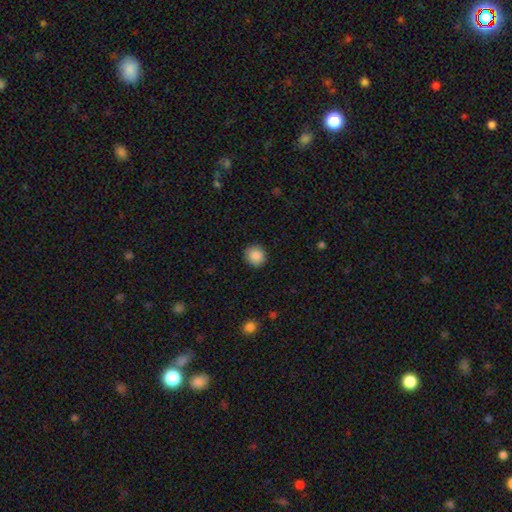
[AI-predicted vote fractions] smooth_or_featured: smooth (p=0.88) [alt: star or artifact p=0.08]
how_rounded: round (p=0.89) [alt: in between p=0.10]
merging: none (p=0.91) [alt: minor disturbance p=0.07]